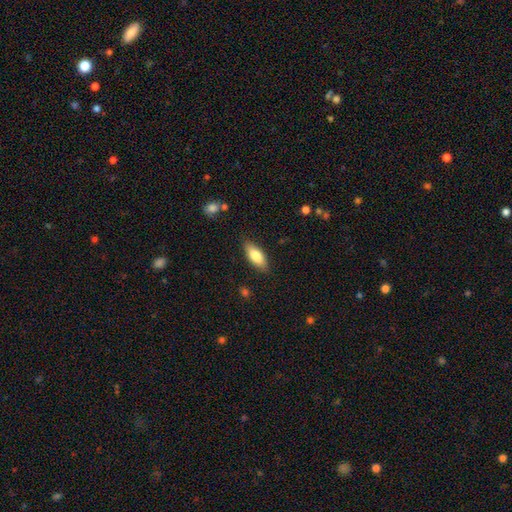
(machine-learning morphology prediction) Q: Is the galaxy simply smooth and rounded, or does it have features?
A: smooth — 78%.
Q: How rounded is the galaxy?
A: in between — 77%.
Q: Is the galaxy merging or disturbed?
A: none — 86%.